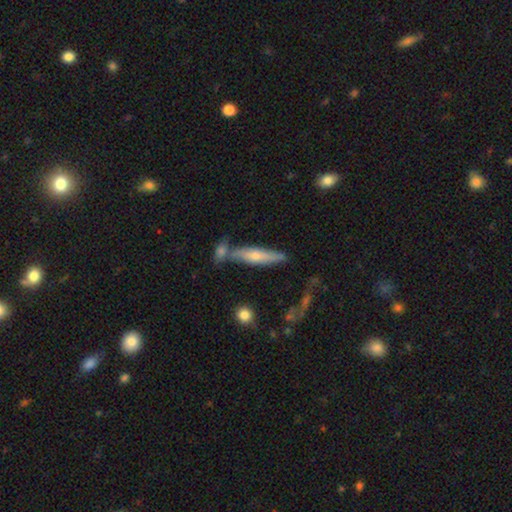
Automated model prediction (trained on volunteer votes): Smooth or featured: smooth — 49% (featured or disk — 44%)
Merging: none — 61% (merger — 19%)